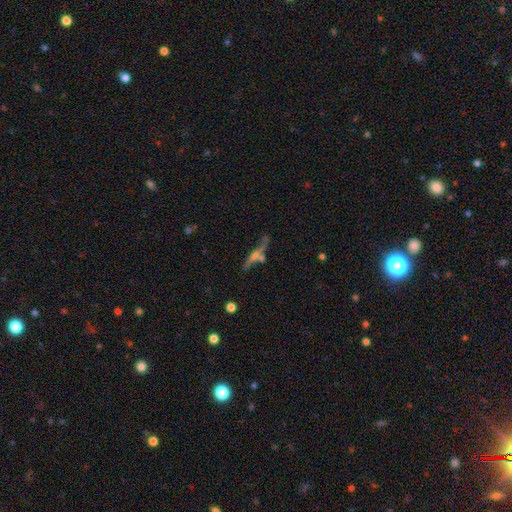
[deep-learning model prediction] The model was most divided on "smooth or featured": featured or disk: 65%, smooth: 27%, star or artifact: 9%. More confident: edge-on disk — yes (85%); edge-on bulge — rounded (79%); merging — none (57%).